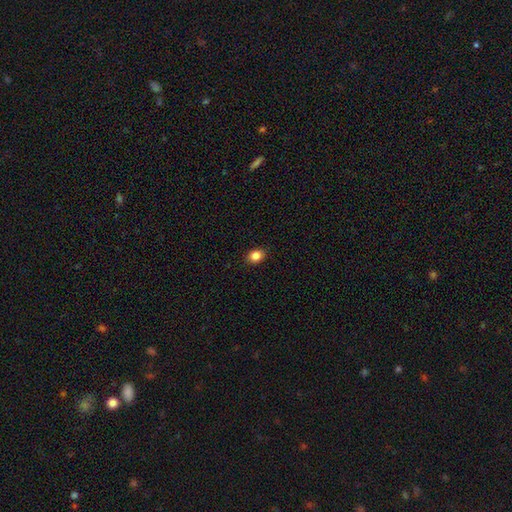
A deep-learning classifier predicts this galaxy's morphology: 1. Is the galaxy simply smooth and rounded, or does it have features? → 84% smooth, 10% star or artifact, 5% featured or disk.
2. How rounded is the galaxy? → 54% in between, 45% round, 1% cigar-shaped.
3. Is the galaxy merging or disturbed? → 90% none, 7% minor disturbance, 2% major disturbance, 1% merger.